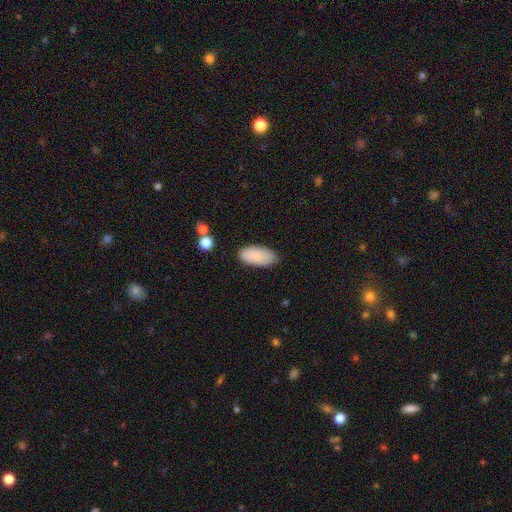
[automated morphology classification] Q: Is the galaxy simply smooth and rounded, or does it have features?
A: smooth — 87%.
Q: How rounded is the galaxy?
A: in between — 93%.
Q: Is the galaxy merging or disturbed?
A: none — 84%.